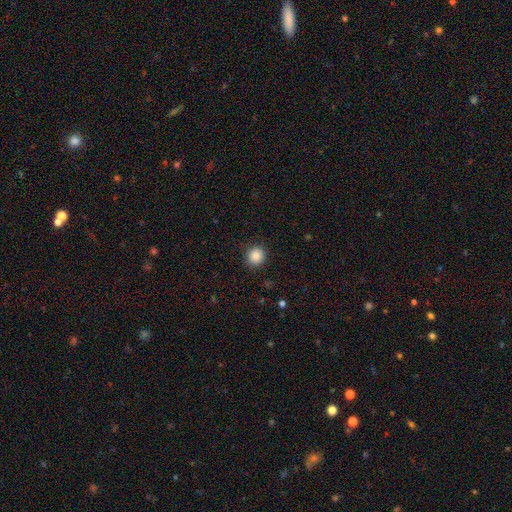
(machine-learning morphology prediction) Q: Smooth or featured?
A: smooth (87%); runner-up: star or artifact (9%)
Q: How rounded?
A: round (88%); runner-up: in between (11%)
Q: Merging?
A: none (90%); runner-up: minor disturbance (7%)